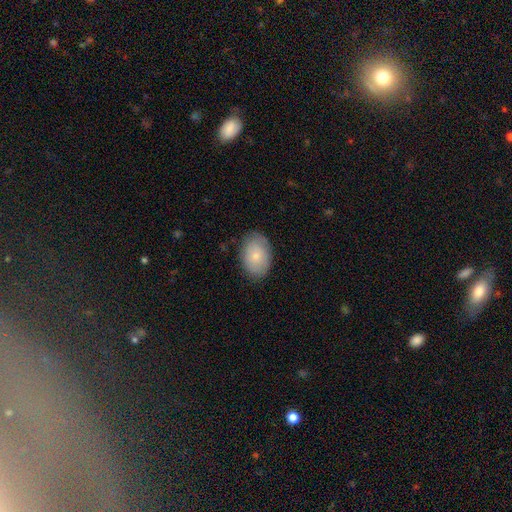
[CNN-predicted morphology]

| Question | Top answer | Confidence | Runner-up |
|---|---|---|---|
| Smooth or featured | smooth | 77% | featured or disk (16%) |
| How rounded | in between | 84% | round (15%) |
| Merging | none | 81% | minor disturbance (15%) |